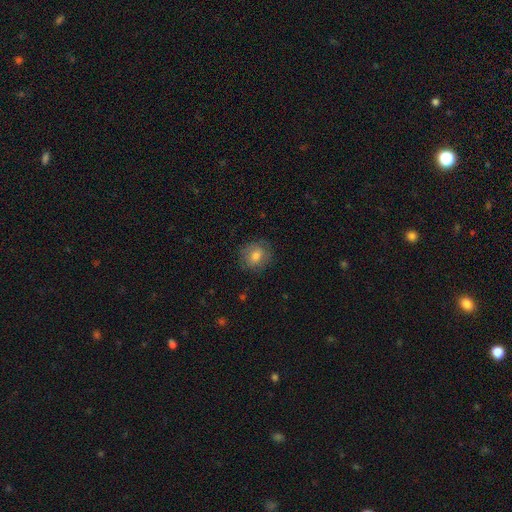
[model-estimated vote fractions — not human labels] A smooth galaxy with no disk features (70%) that is round (71%).

Vote fractions:
- Smooth or featured? smooth: 70% / featured or disk: 21% / star or artifact: 9%
- How rounded? round: 71% / in between: 28% / cigar-shaped: 1%
- Merging? none: 77% / minor disturbance: 16% / major disturbance: 6% / merger: 1%